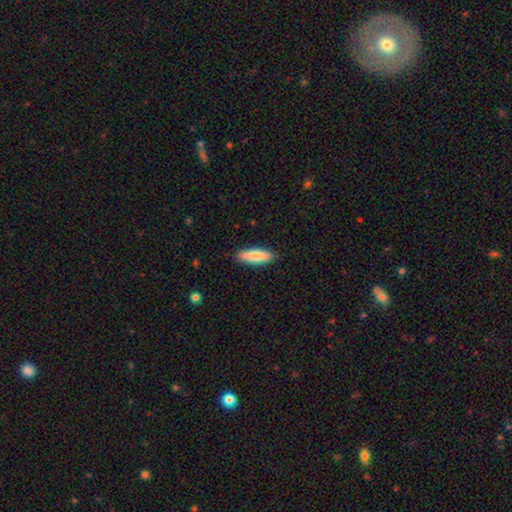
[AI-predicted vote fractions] Q: Smooth or featured?
A: smooth (82%); runner-up: featured or disk (13%)
Q: How rounded?
A: cigar-shaped (50%); runner-up: in between (48%)
Q: Merging?
A: none (88%); runner-up: minor disturbance (9%)